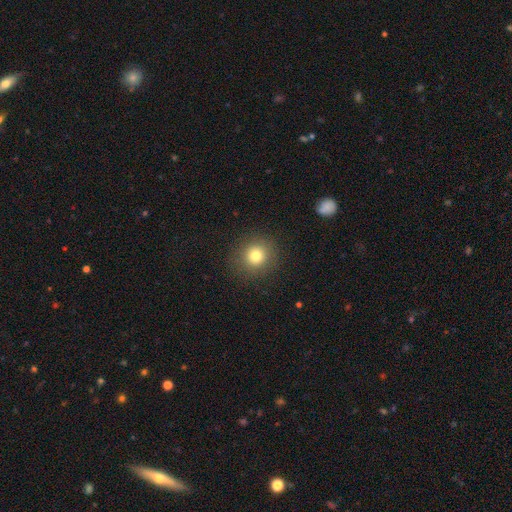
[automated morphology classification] Q: Smooth or featured?
A: smooth (78%); runner-up: star or artifact (13%)
Q: How rounded?
A: round (89%); runner-up: in between (10%)
Q: Merging?
A: none (89%); runner-up: minor disturbance (7%)